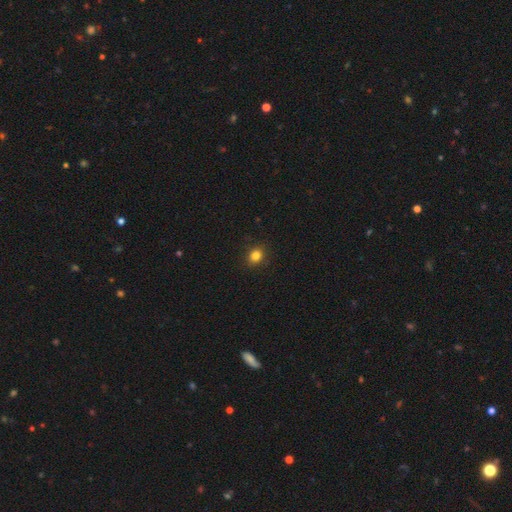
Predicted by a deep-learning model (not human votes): This appears to be a smooth galaxy with no disk features (83%) that is round (66%). Merging: none (90%).